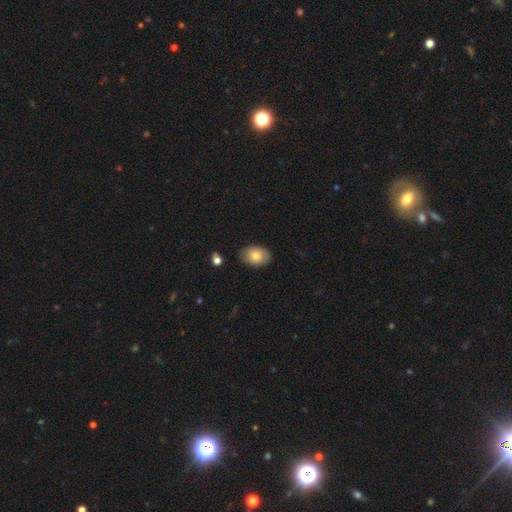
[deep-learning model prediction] This appears to be a smooth galaxy with no disk features (78%) that is in between round and cigar-shaped (84%). Merging: none (82%).